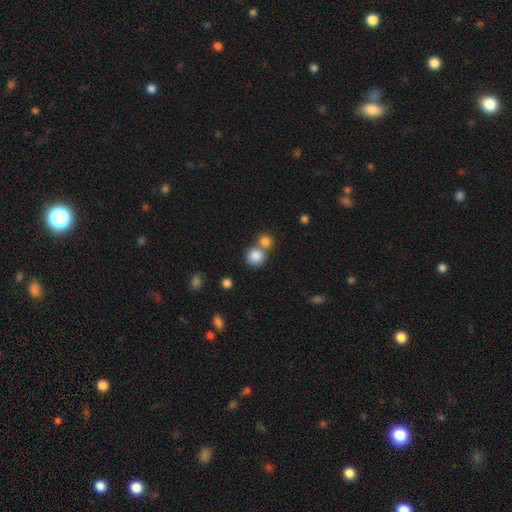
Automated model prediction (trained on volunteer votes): A smooth galaxy with no disk features (85%) that is round (87%).

Vote fractions:
- Smooth or featured? smooth: 85% / star or artifact: 9% / featured or disk: 6%
- How rounded? round: 87% / in between: 12% / cigar-shaped: 1%
- Merging? none: 49% / merger: 41% / minor disturbance: 7% / major disturbance: 3%